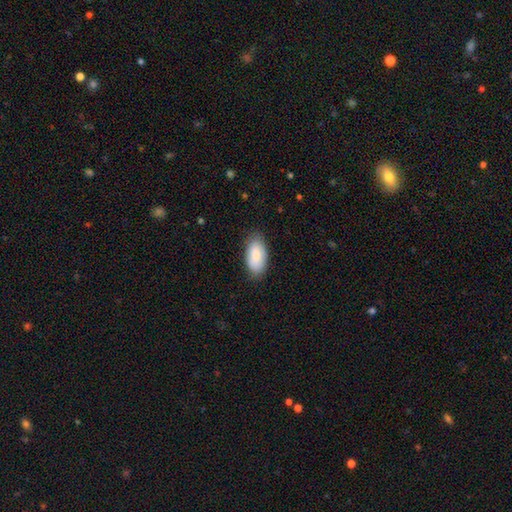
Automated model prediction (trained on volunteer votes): Smooth or featured? smooth (85%)
How rounded? in between (95%)
Merging? none (82%)